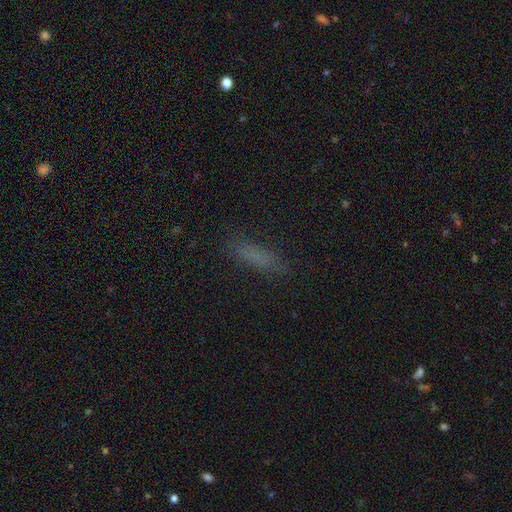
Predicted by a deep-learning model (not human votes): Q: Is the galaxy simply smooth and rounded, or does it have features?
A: smooth — 72%.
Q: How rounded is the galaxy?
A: cigar-shaped — 69%.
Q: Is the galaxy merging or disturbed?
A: none — 81%.